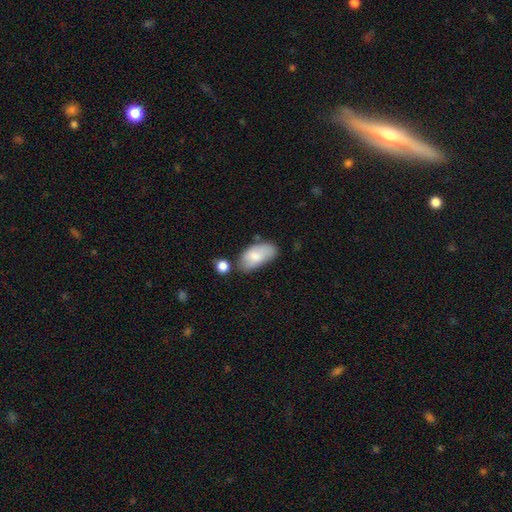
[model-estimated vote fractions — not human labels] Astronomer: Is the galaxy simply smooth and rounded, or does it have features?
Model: smooth — 78%.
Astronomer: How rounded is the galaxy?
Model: in between — 94%.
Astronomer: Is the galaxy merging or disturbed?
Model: none — 56%.